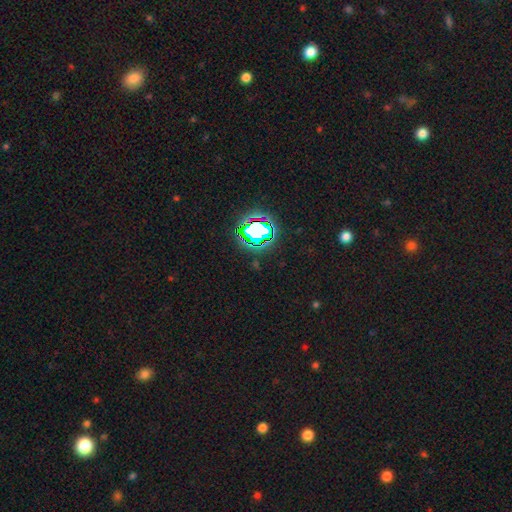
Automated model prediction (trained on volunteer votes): smooth_or_featured: star or artifact (p=0.78) [alt: smooth p=0.15]